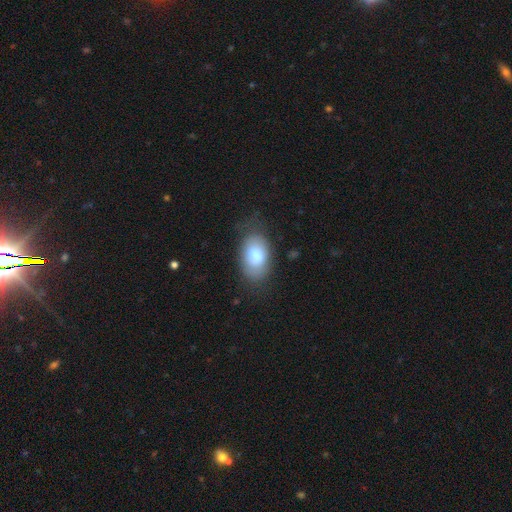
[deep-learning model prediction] smooth-or-featured: smooth: 79% | featured or disk: 14% | star or artifact: 7%
  how-rounded: in between: 91% | round: 7% | cigar-shaped: 1%
  merging: none: 63% | minor disturbance: 24% | major disturbance: 11% | merger: 2%